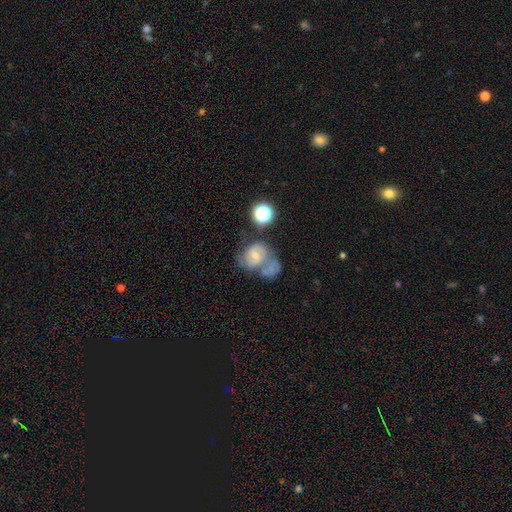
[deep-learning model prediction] This appears to be a featured or disk galaxy (51%). Merging: merger (41%).